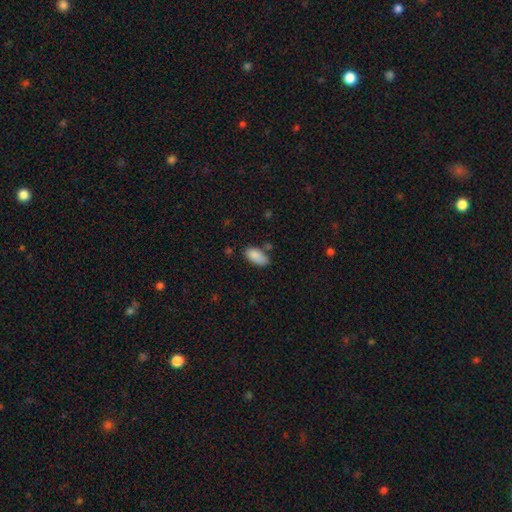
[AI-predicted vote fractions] This is clearly a smooth galaxy (87%). How rounded: clearly in between (92%). Merging: likely none (62%).